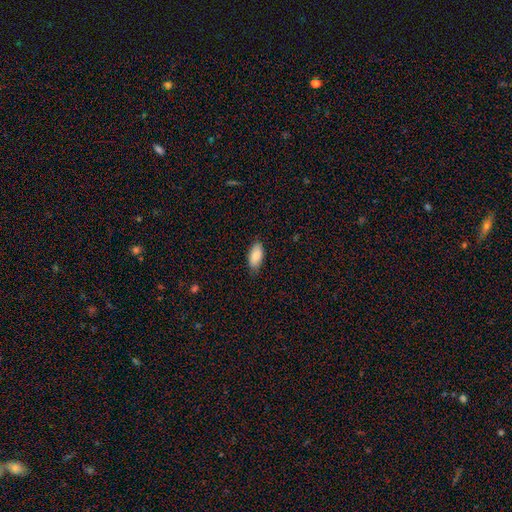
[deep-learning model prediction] The model was most divided on "merging": none: 80%, minor disturbance: 16%, major disturbance: 3%, merger: 1%. More confident: how rounded — in between (92%); smooth or featured — smooth (86%).